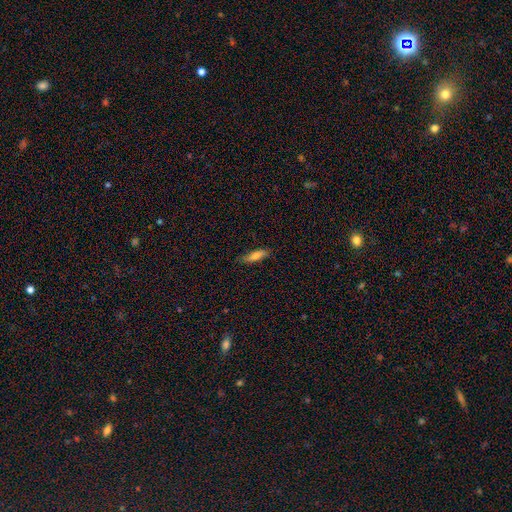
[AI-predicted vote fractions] A smooth galaxy with no disk features (71%) that is cigar-shaped (59%).

Vote fractions:
- Smooth or featured? smooth: 71% / featured or disk: 23% / star or artifact: 7%
- How rounded? cigar-shaped: 59% / in between: 39% / round: 2%
- Merging? none: 80% / minor disturbance: 16% / major disturbance: 3% / merger: 1%